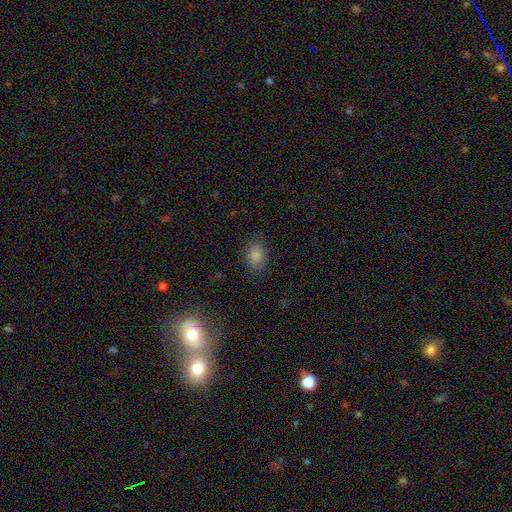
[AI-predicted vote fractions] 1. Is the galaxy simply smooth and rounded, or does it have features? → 84% smooth, 10% star or artifact, 6% featured or disk.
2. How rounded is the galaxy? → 77% in between, 21% round, 1% cigar-shaped.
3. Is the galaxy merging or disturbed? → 80% none, 14% minor disturbance, 4% major disturbance, 1% merger.